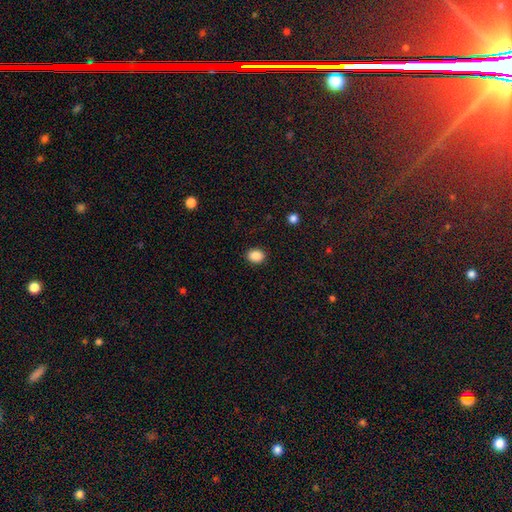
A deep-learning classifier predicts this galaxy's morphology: smooth 88%, star or artifact 9%, featured or disk 3%. Down the decision tree: how rounded — in between (53%); merging — none (90%).